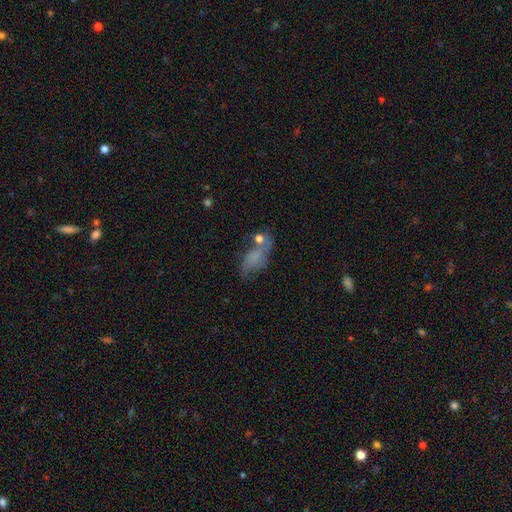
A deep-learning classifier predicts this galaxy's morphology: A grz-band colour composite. It shows a smooth galaxy with no disk features (49%). Merging: none (44%).